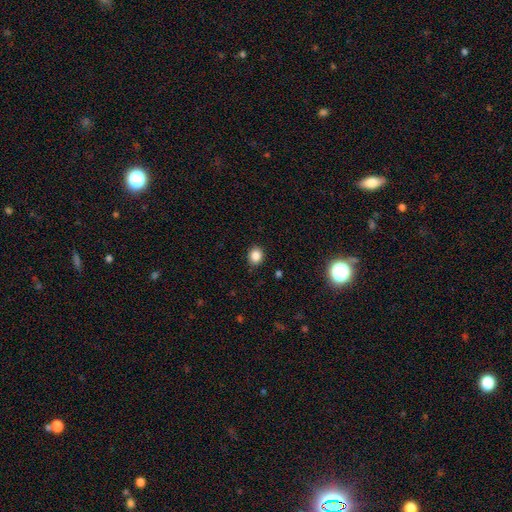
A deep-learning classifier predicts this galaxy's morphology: This appears to be a smooth galaxy with no disk features (85%) that is round (70%). Merging: none (89%).